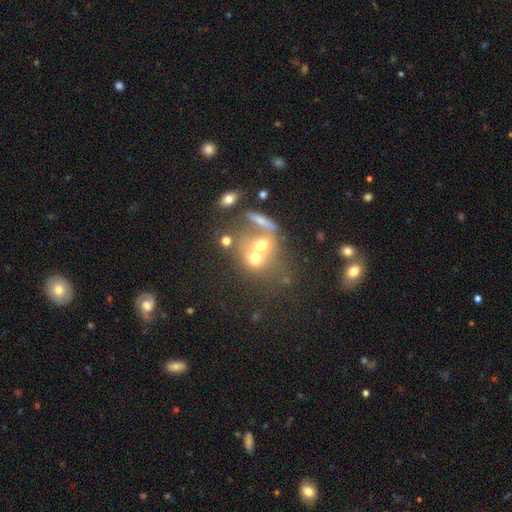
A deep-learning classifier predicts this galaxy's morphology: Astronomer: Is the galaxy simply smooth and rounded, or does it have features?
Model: smooth — 51% (runner-up: featured or disk, 31%).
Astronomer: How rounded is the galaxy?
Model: round — 60% (runner-up: in between, 37%).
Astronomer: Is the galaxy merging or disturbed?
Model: merger — 56%.